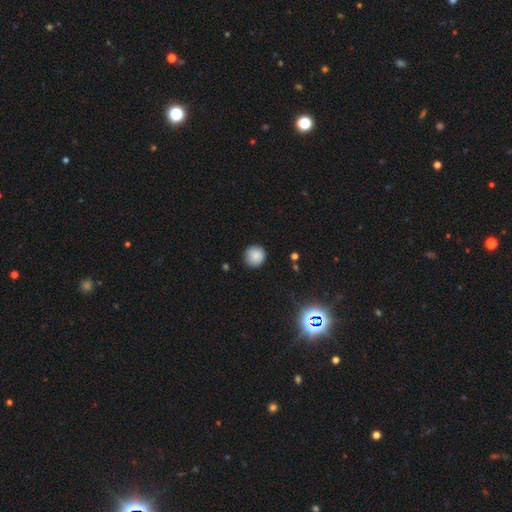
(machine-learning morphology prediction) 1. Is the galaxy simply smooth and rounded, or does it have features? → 85% smooth, 10% star or artifact, 4% featured or disk.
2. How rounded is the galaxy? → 94% round, 5% in between, 1% cigar-shaped.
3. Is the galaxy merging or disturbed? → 87% none, 10% minor disturbance, 2% major disturbance, 1% merger.